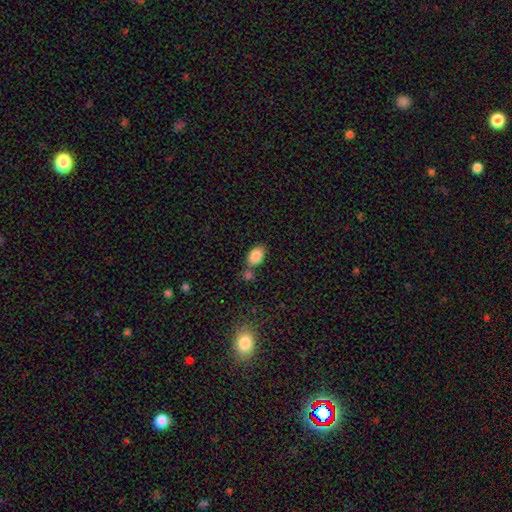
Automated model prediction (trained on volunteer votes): Smooth or featured? smooth (86%)
How rounded? in between (88%)
Merging? none (60%)